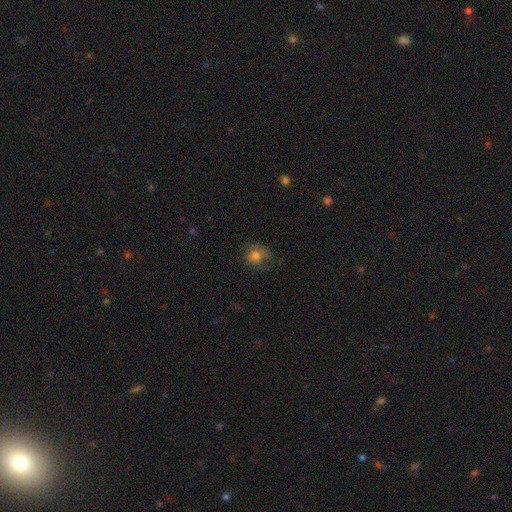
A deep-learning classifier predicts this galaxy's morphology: Q: Smooth or featured?
A: smooth (73%); runner-up: featured or disk (15%)
Q: How rounded?
A: round (77%); runner-up: in between (22%)
Q: Merging?
A: none (56%); runner-up: minor disturbance (28%)